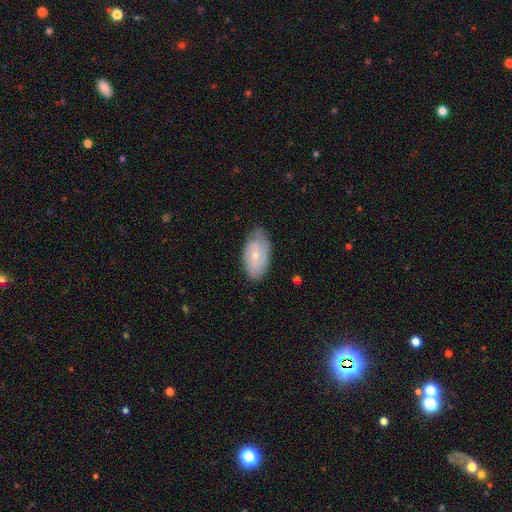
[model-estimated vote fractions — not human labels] The model was most divided on "bar": no: 46%, weak: 44%, strong: 10%. More confident: edge-on disk — no (94%); spiral arms — yes (85%); merging — none (71%); bulge size — small (65%); smooth or featured — featured or disk (62%).